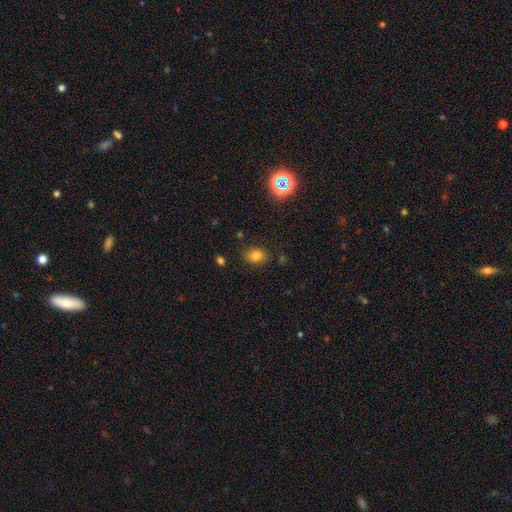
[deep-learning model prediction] A smooth galaxy with no disk features (77%) that is in between round and cigar-shaped (62%). Merging: none (80%).